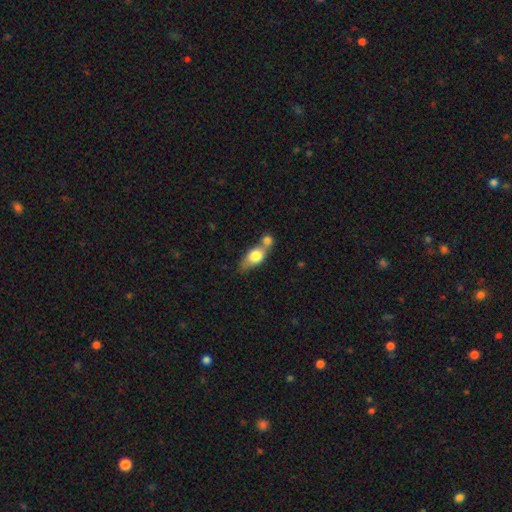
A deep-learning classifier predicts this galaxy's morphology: Smooth or featured? smooth (67%)
How rounded? in between (69%)
Merging? merger (58%)